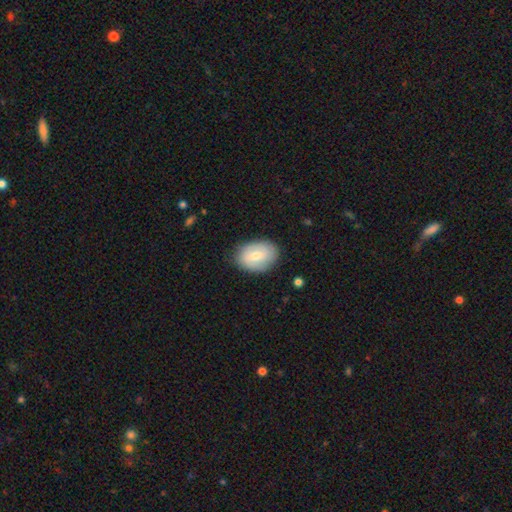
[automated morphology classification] A smooth galaxy with no disk features (59%) that is in between round and cigar-shaped (78%). Merging: none (82%).